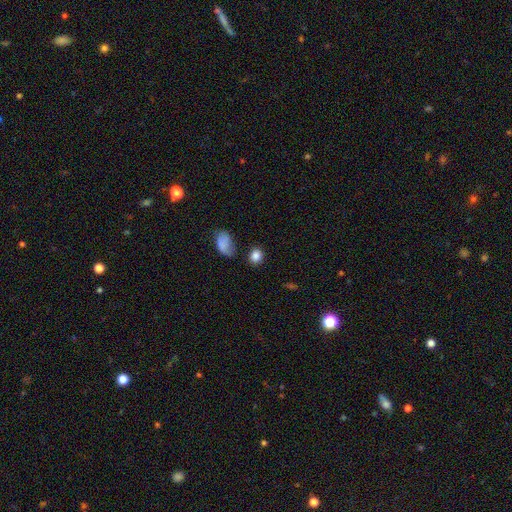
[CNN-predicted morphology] type=smooth (86%); roundness=round (62%); merging=none (74%).